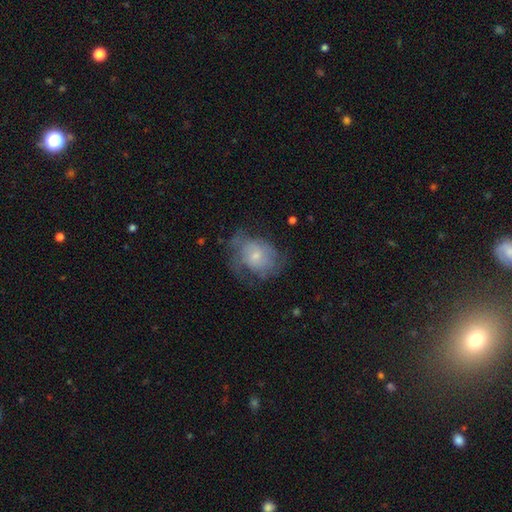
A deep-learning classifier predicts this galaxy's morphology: smooth_or_featured: featured or disk (p=0.50) [alt: smooth p=0.41]
merging: none (p=0.46) [alt: minor disturbance p=0.28]